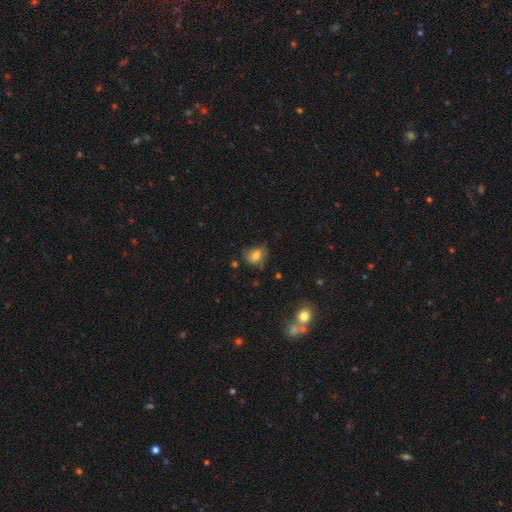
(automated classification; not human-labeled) smooth-or-featured: smooth: 68% | featured or disk: 20% | star or artifact: 11%
  how-rounded: round: 52% | in between: 46% | cigar-shaped: 1%
  merging: none: 52% | minor disturbance: 32% | major disturbance: 13% | merger: 3%